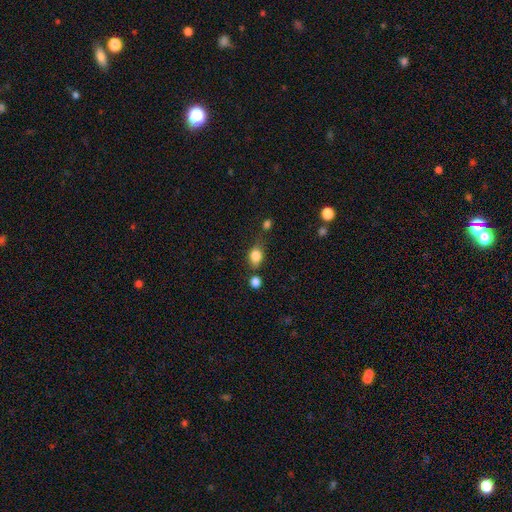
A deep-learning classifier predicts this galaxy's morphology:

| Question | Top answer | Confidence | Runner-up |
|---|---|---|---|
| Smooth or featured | smooth | 82% | star or artifact (10%) |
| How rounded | in between | 56% | round (42%) |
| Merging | none | 58% | minor disturbance (23%) |